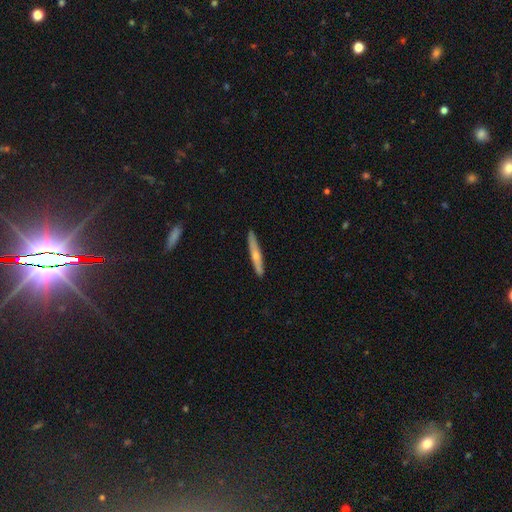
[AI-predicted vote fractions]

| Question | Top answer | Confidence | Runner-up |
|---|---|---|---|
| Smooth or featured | featured or disk | 52% | smooth (41%) |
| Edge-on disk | yes | 93% | no (7%) |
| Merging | none | 90% | minor disturbance (7%) |